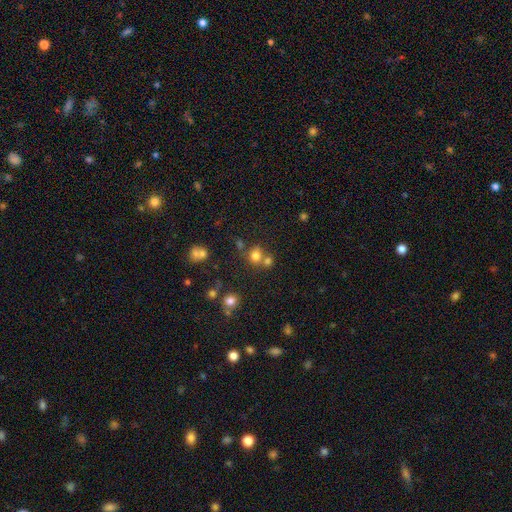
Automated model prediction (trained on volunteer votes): This is likely a smooth galaxy (74%). How rounded: clearly round (82%). Merging: possibly none (56%).